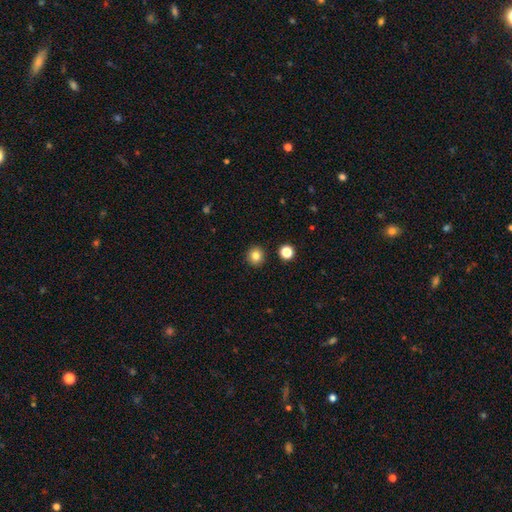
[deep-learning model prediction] smooth 83%, star or artifact 12%, featured or disk 6%. Down the decision tree: how rounded — round (90%); merging — none (91%).